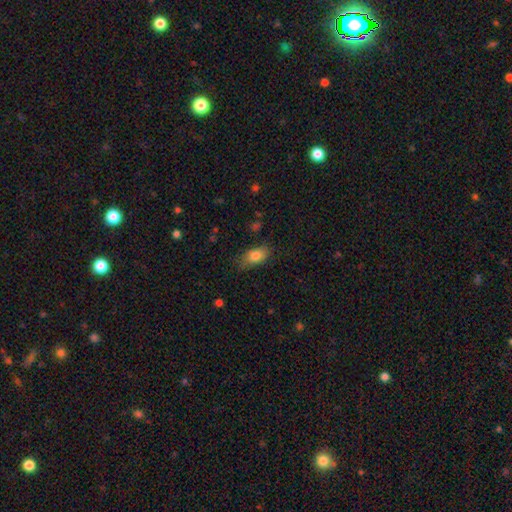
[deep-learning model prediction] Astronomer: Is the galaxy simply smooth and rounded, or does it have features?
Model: smooth — 81%.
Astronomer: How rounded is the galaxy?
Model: in between — 87%.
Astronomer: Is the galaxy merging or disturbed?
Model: none — 74%.